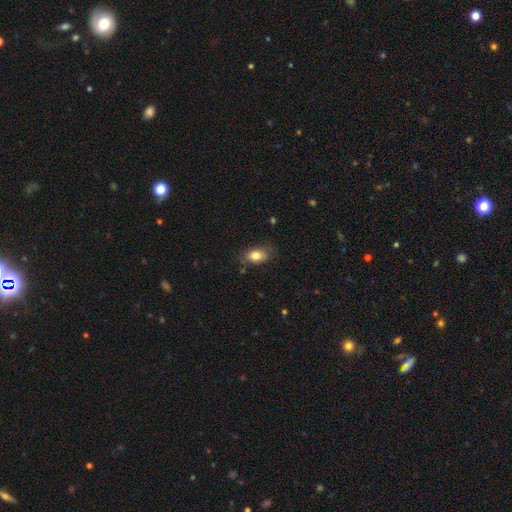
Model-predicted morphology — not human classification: Overall: smooth (81%). How rounded: in between (80%). Merging: none (72%).